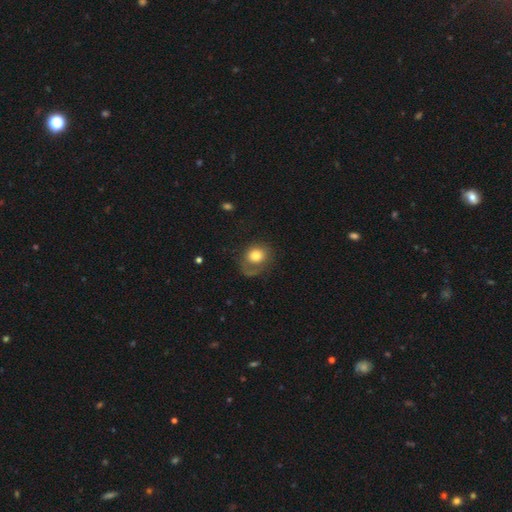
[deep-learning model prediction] A smooth galaxy with no disk features (69%) that is round (66%). Merging: none (44%).